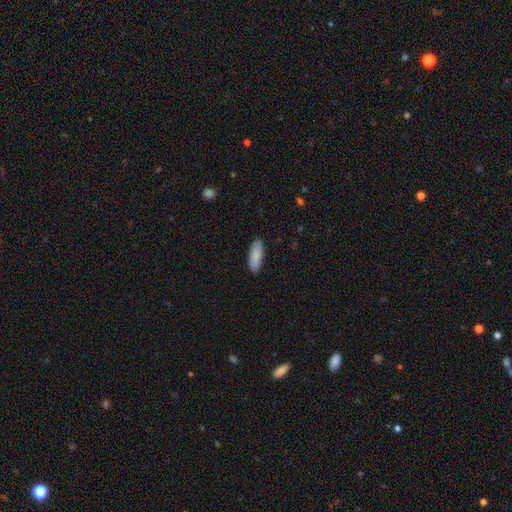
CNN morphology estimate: type=smooth (88%); roundness=in between (68%); merging=none (89%).